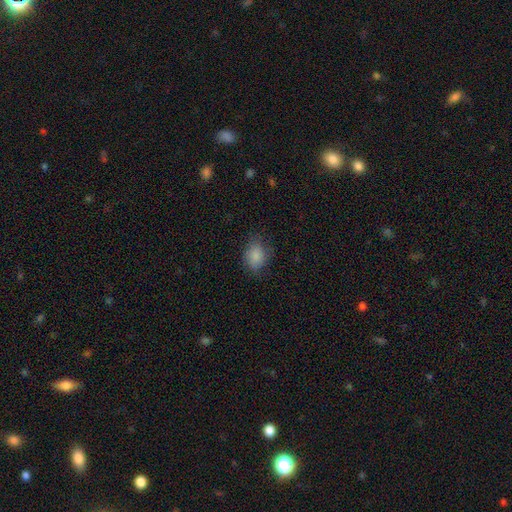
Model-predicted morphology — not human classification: Overall: smooth (85%). How rounded: in between (61%; round 38%). Merging: none (72%).